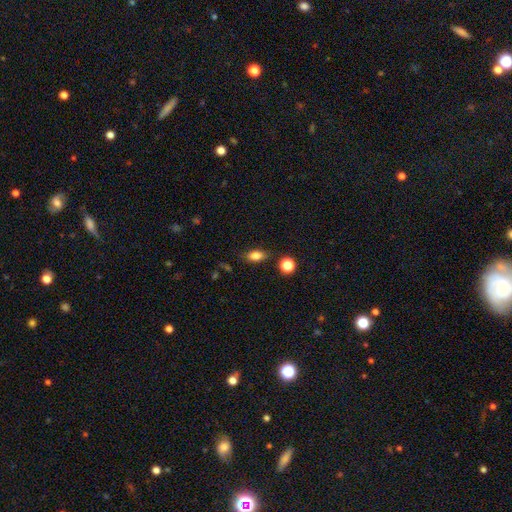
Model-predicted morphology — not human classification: smooth_or_featured: smooth (p=0.82) [alt: star or artifact p=0.10]
how_rounded: in between (p=0.82) [alt: round p=0.12]
merging: none (p=0.79) [alt: minor disturbance p=0.14]